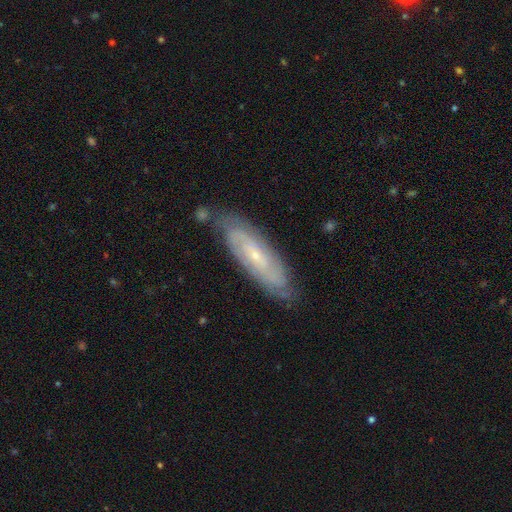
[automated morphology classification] Q: Smooth or featured?
A: featured or disk (76%); runner-up: smooth (18%)
Q: Edge-on disk?
A: no (82%); runner-up: yes (18%)
Q: Bar?
A: no (54%); runner-up: weak (34%)
Q: Spiral arms?
A: yes (91%); runner-up: no (9%)
Q: Spiral winding?
A: tight (64%); runner-up: medium (28%)
Q: Spiral arm count?
A: can't tell (42%); runner-up: 2 (38%)
Q: Bulge size?
A: small (76%); runner-up: moderate (20%)
Q: Merging?
A: none (77%); runner-up: minor disturbance (16%)